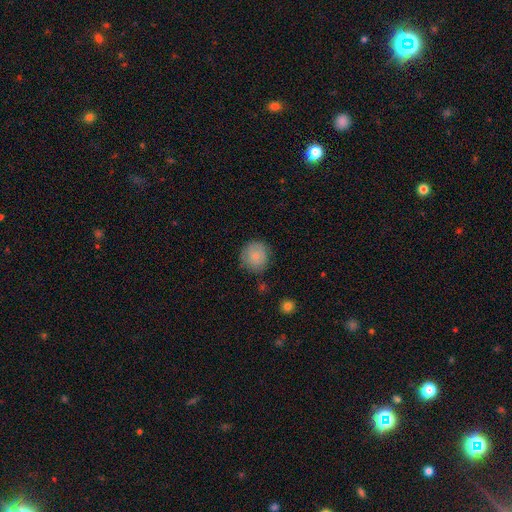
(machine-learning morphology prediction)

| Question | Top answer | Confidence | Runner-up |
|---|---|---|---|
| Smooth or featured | smooth | 85% | featured or disk (8%) |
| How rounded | round | 91% | in between (8%) |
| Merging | none | 80% | minor disturbance (14%) |